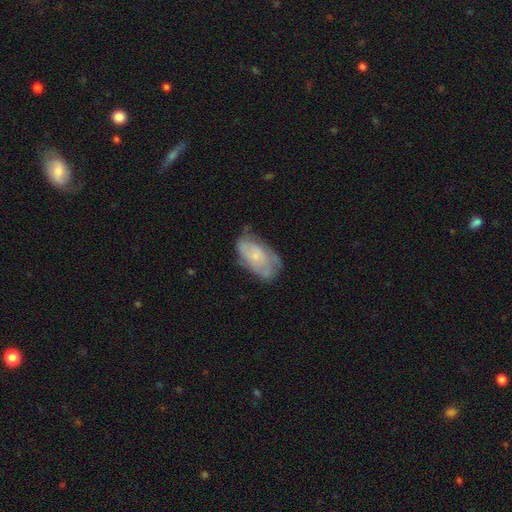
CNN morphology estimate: This is possibly a smooth galaxy (48%). Merging: possibly none (51%).